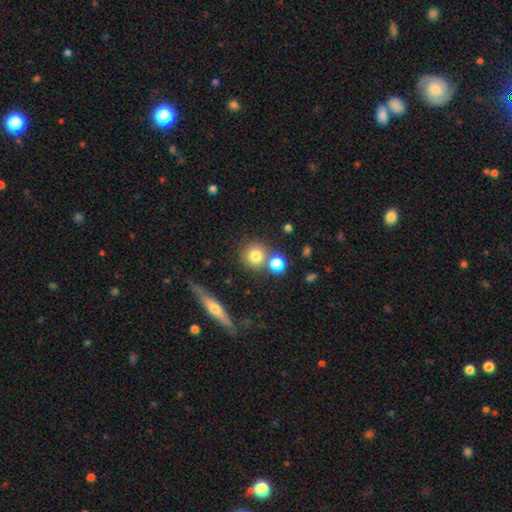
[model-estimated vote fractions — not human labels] Smooth or featured? Predicted: smooth (p=0.78). How rounded? Predicted: round (p=0.88). Merging? Predicted: none (p=0.66).